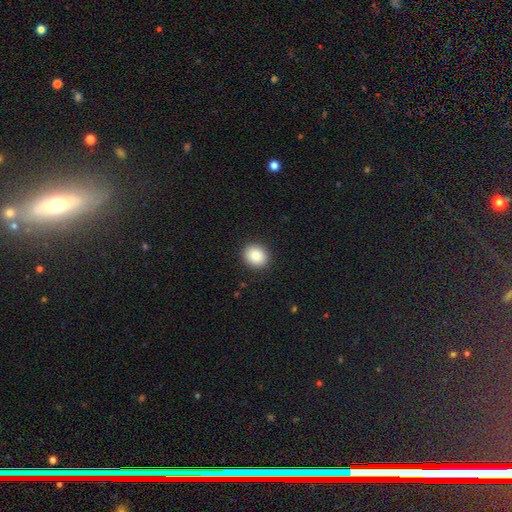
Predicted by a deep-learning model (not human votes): This is clearly a smooth galaxy (87%). How rounded: likely round (67%). Merging: clearly none (91%).